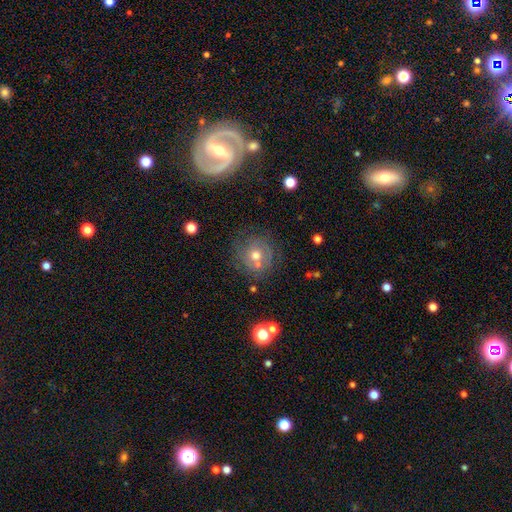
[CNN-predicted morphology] Q: Smooth or featured?
A: smooth (43%); runner-up: featured or disk (39%)
Q: Merging?
A: none (64%); runner-up: minor disturbance (15%)